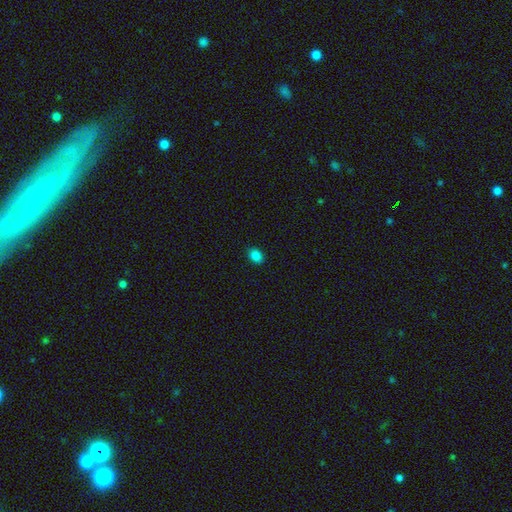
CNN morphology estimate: Overall: smooth (85%). How rounded: in between (64%; round 35%). Merging: none (89%).